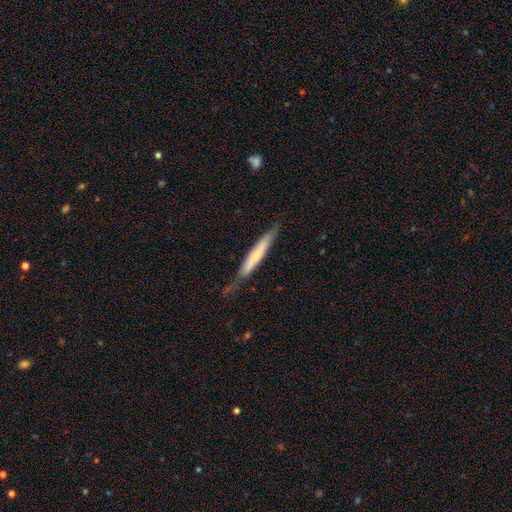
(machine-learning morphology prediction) A smooth galaxy with no disk features (54%) that is cigar-shaped (93%).

Vote fractions:
- Smooth or featured? smooth: 54% / featured or disk: 41% / star or artifact: 5%
- How rounded? cigar-shaped: 93% / in between: 6% / round: 1%
- Merging? none: 66% / minor disturbance: 25% / major disturbance: 7% / merger: 2%